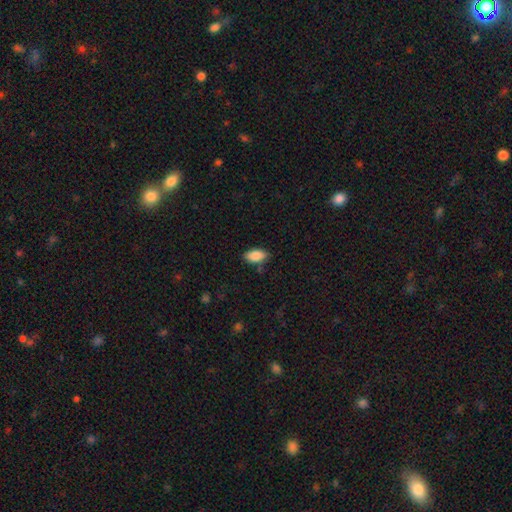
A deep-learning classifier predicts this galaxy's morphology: A smooth galaxy with no disk features (86%) that is in between round and cigar-shaped (92%).

Vote fractions:
- Smooth or featured? smooth: 86% / star or artifact: 7% / featured or disk: 7%
- How rounded? in between: 92% / cigar-shaped: 5% / round: 4%
- Merging? none: 82% / minor disturbance: 13% / major disturbance: 3% / merger: 2%